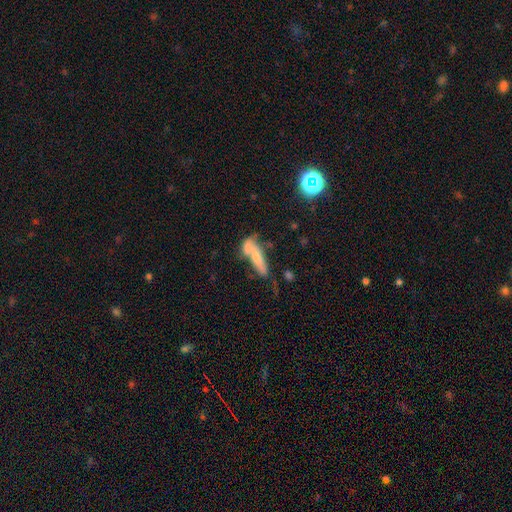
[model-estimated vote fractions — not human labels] A smooth galaxy with no disk features (61%) that is cigar-shaped (54%). Merging: merger (47%).